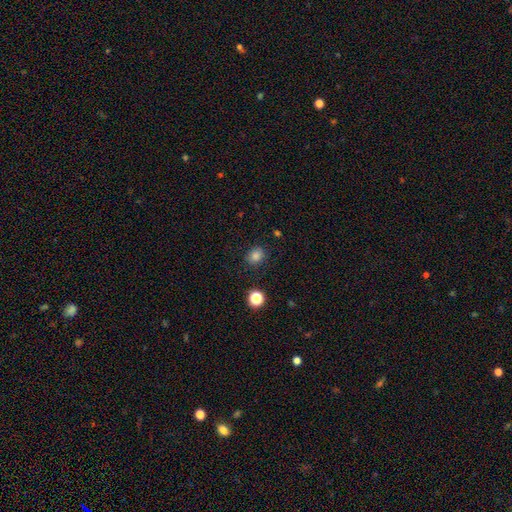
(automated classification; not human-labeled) This appears to be a smooth galaxy with no disk features (82%) that is round (61%). Merging: none (84%).